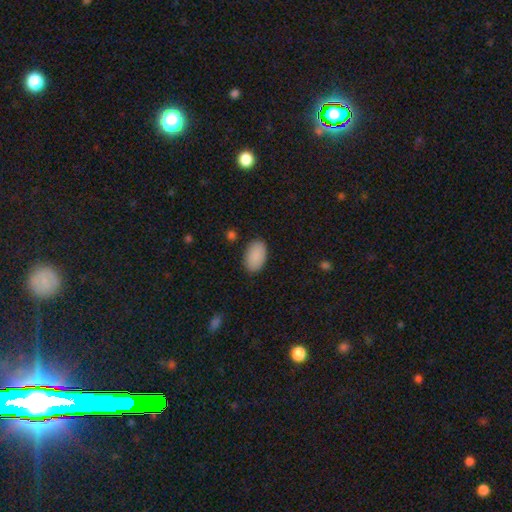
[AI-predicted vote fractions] A smooth galaxy with no disk features (90%) that is in between round and cigar-shaped (94%). Merging: none (87%).